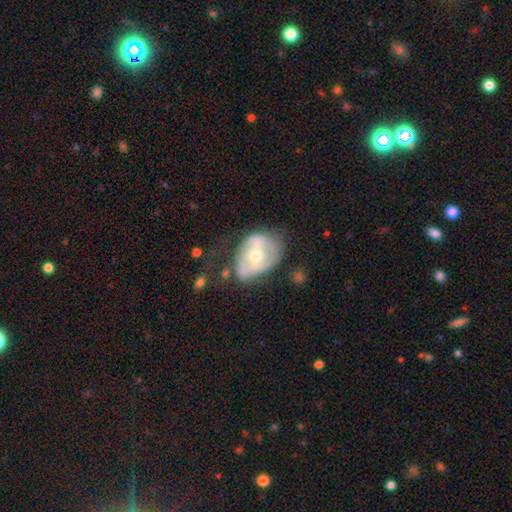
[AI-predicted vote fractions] Q: Smooth or featured?
A: featured or disk (66%); runner-up: smooth (27%)
Q: Edge-on disk?
A: no (95%); runner-up: yes (5%)
Q: Bar?
A: no (46%); runner-up: weak (34%)
Q: Spiral arms?
A: yes (60%); runner-up: no (40%)
Q: Bulge size?
A: moderate (58%); runner-up: small (37%)
Q: Merging?
A: none (43%); runner-up: minor disturbance (31%)